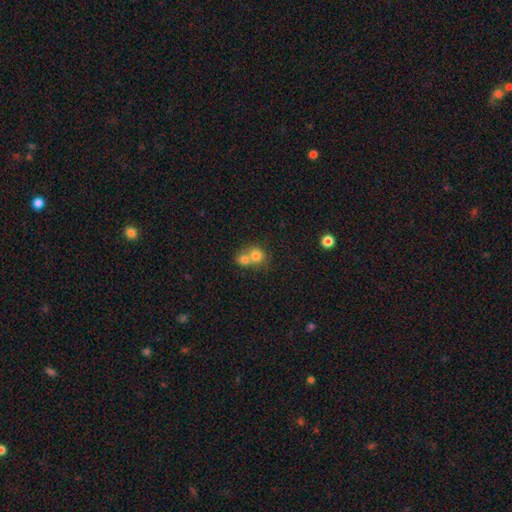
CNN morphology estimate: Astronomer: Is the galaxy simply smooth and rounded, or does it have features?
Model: smooth — 76%.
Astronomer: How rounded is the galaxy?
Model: round — 79%.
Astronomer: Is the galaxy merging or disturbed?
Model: merger — 64%.